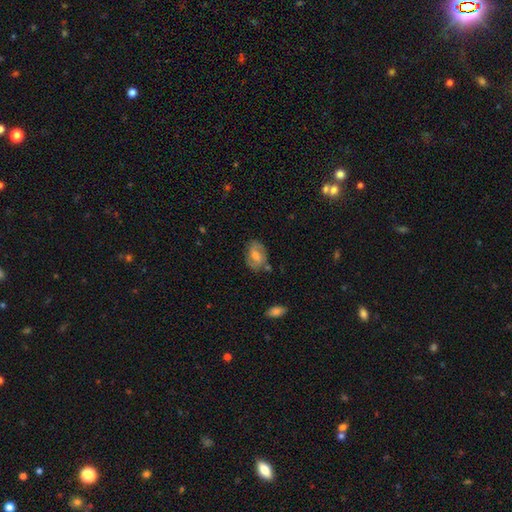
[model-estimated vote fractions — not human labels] The model was most divided on "smooth or featured": featured or disk: 49%, smooth: 43%, star or artifact: 8%. More confident: merging — none (72%).